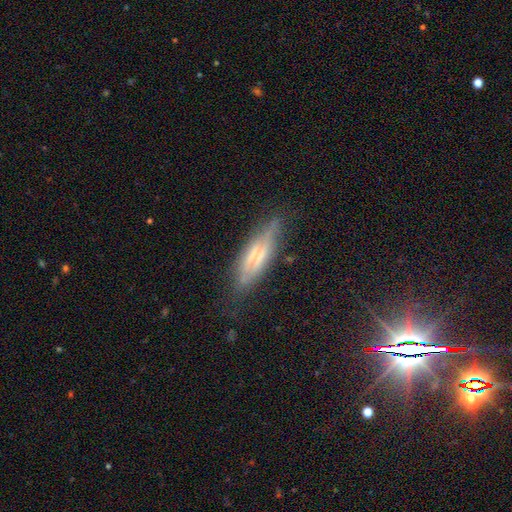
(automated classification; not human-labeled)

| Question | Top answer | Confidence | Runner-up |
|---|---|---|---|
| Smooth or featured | featured or disk | 57% | smooth (32%) |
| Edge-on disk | yes | 87% | no (13%) |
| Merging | none | 74% | minor disturbance (18%) |